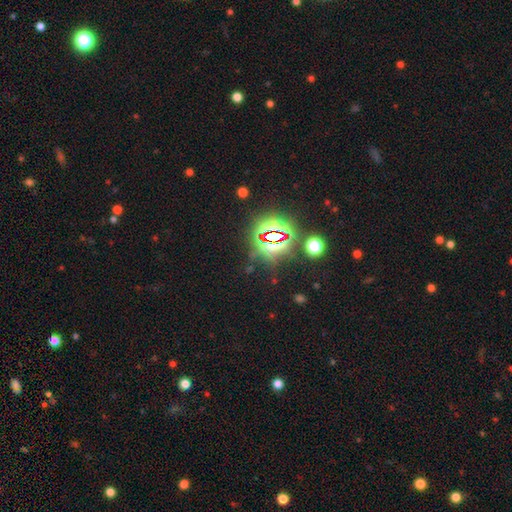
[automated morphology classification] Smooth or featured? star or artifact (83%)